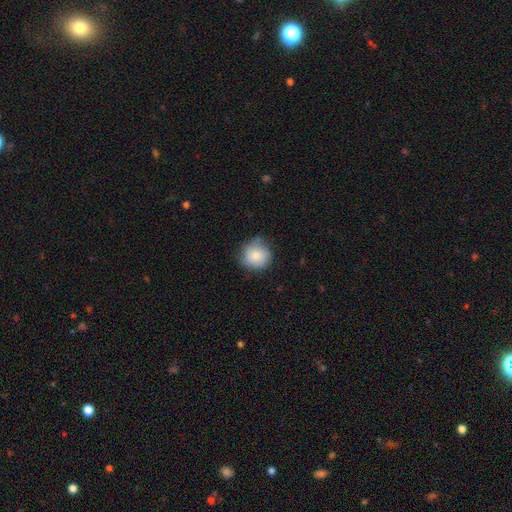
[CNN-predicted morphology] This appears to be a smooth galaxy with no disk features (82%) that is round (91%). Merging: none (71%).